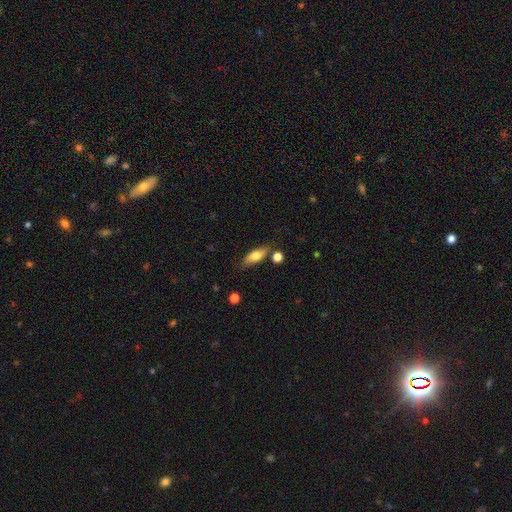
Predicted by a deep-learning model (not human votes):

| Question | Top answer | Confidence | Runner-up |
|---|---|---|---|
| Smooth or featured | smooth | 71% | featured or disk (22%) |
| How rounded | in between | 70% | cigar-shaped (26%) |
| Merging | none | 75% | minor disturbance (16%) |